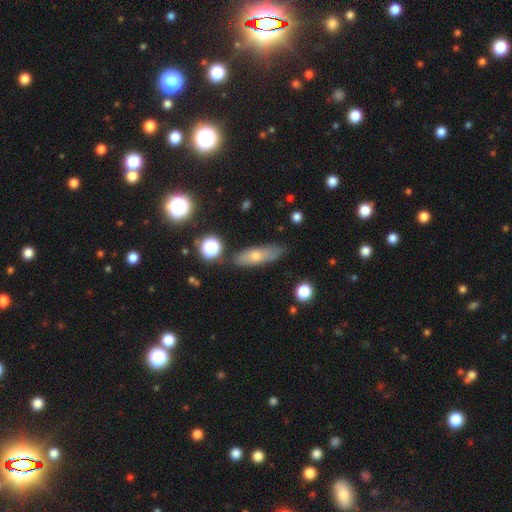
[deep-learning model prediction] smooth 59%, featured or disk 32%, star or artifact 9%. Down the decision tree: how rounded — in between (54%); merging — none (76%).